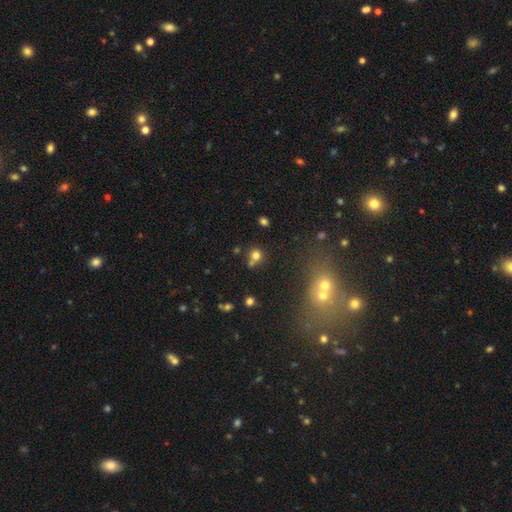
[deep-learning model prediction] The model was most divided on "merging": none: 55%, merger: 30%, minor disturbance: 11%, major disturbance: 4%. More confident: how rounded — round (86%); smooth or featured — smooth (74%).